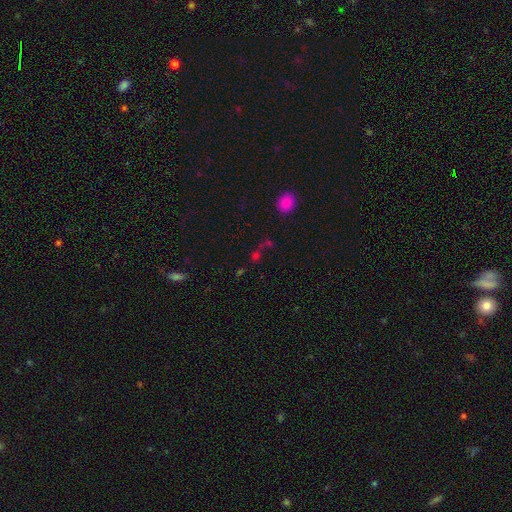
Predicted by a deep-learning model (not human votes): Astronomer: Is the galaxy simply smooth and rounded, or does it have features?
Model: smooth — 45% (runner-up: star or artifact, 44%).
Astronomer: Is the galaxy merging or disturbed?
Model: none — 42% (runner-up: merger, 38%).